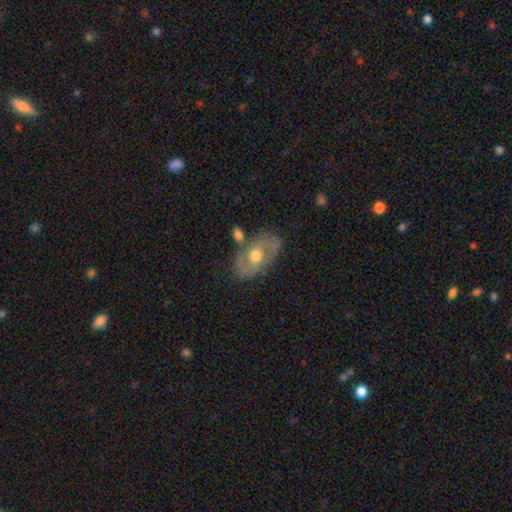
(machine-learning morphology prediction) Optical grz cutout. It shows a featured or disk galaxy (66%) with no bar (63%), spiral arms (64%) and a moderate central bulge (77%). Merging: none (68%).